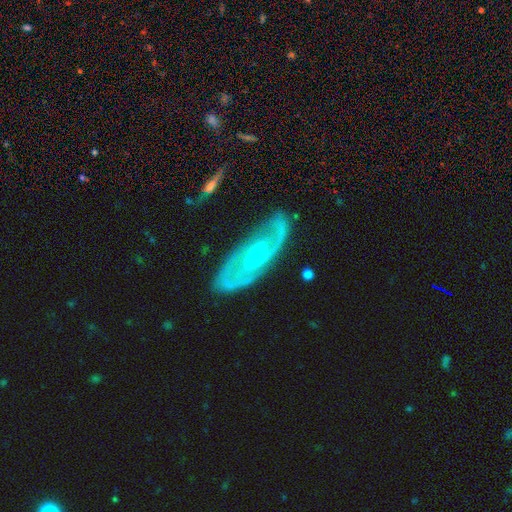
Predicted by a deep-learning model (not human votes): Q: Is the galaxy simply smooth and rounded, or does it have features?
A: featured or disk — 84%.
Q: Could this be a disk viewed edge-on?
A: no — 89%.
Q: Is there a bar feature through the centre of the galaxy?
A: no — 60%.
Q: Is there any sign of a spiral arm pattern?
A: yes — 91%.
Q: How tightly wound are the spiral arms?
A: tight — 47%.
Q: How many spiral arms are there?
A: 2 — 64%.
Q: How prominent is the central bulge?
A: small — 64%.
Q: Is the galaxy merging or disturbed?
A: none — 78%.